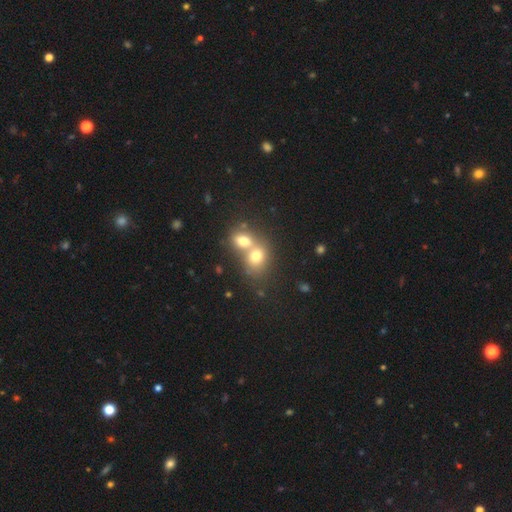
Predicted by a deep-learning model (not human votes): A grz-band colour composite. It shows a smooth galaxy with no disk features (69%) that is round (52%). Merging: merger (68%).